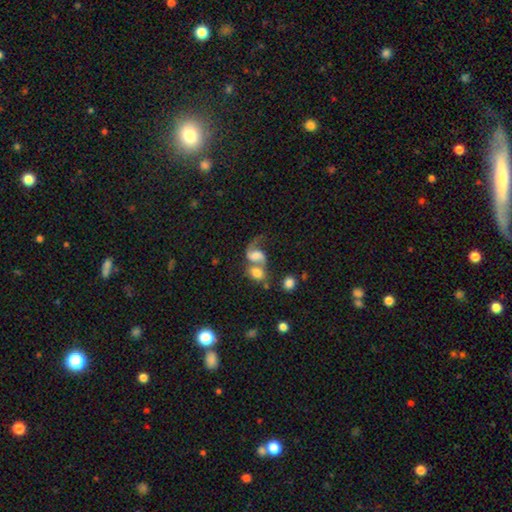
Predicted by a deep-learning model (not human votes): A featured or disk galaxy (62%) with no bar (48%), 2 (68%) loose (64%) spiral arms (86%) and a moderate central bulge (37%). Merging: merger (63%).